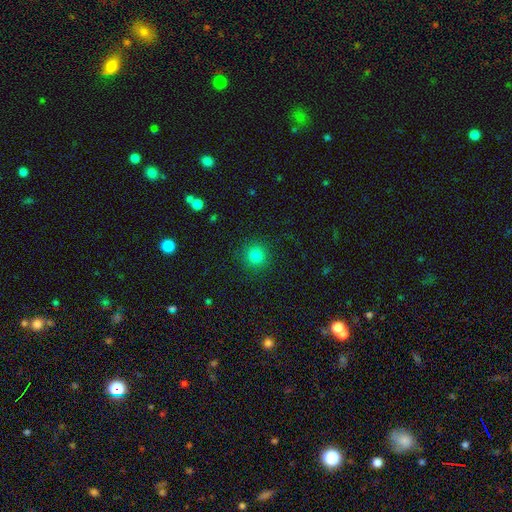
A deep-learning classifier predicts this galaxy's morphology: This is clearly a smooth galaxy (82%). How rounded: clearly round (94%). Merging: clearly none (91%).